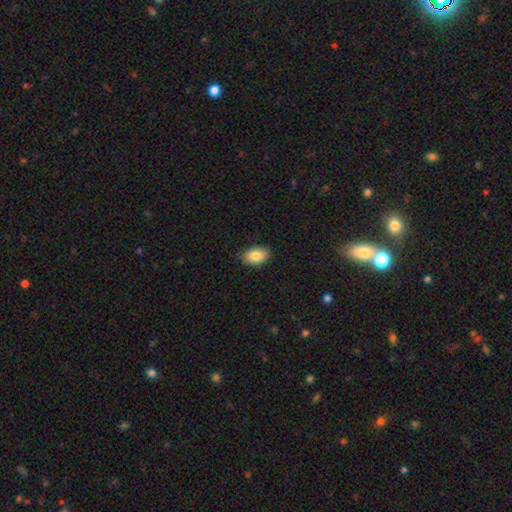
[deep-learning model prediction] Smooth or featured?
  - smooth: 86% *
  - star or artifact: 7%
  - featured or disk: 7%
How rounded?
  - in between: 88% *
  - round: 10%
  - cigar-shaped: 1%
Merging?
  - none: 87% *
  - minor disturbance: 10%
  - major disturbance: 2%
  - merger: 1%